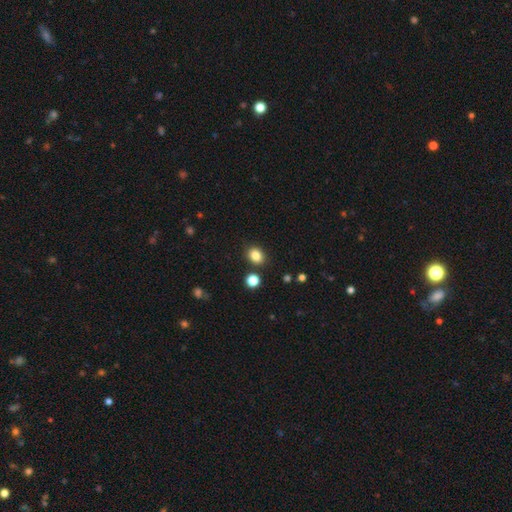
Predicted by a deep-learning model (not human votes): smooth_or_featured: smooth (p=0.84) [alt: star or artifact p=0.11]
how_rounded: round (p=0.51) [alt: in between p=0.49]
merging: none (p=0.85) [alt: minor disturbance p=0.08]